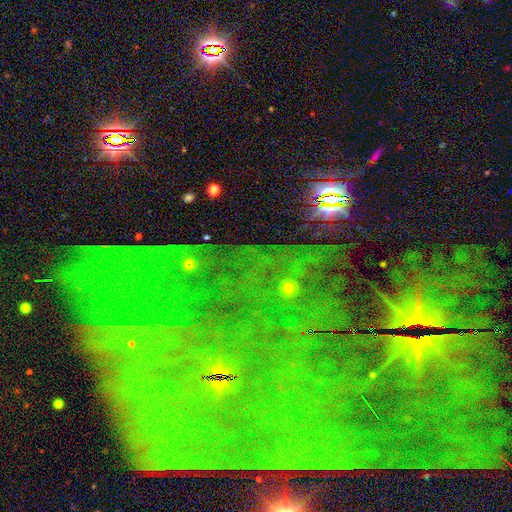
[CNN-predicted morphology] Q: Smooth or featured?
A: star or artifact (66%); runner-up: featured or disk (20%)